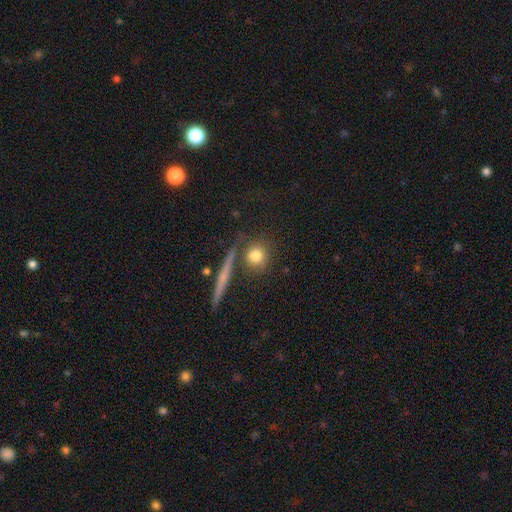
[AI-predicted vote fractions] This appears to be a smooth galaxy with no disk features (77%) that is round (85%). Merging: none (75%).